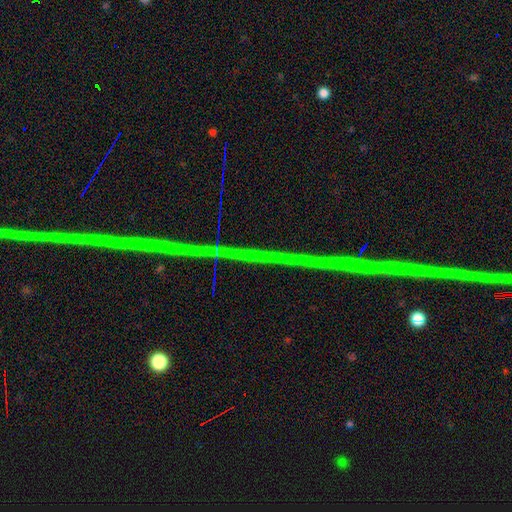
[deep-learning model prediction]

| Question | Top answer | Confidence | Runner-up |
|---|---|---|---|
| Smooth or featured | star or artifact | 87% | featured or disk (9%) |